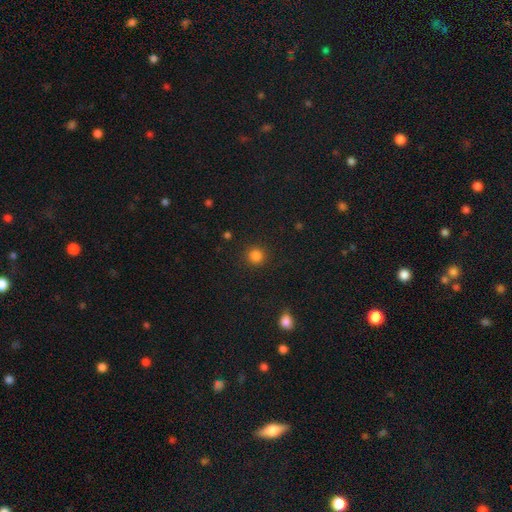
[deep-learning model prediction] This appears to be a smooth galaxy with no disk features (84%) that is round (93%). Merging: none (90%).